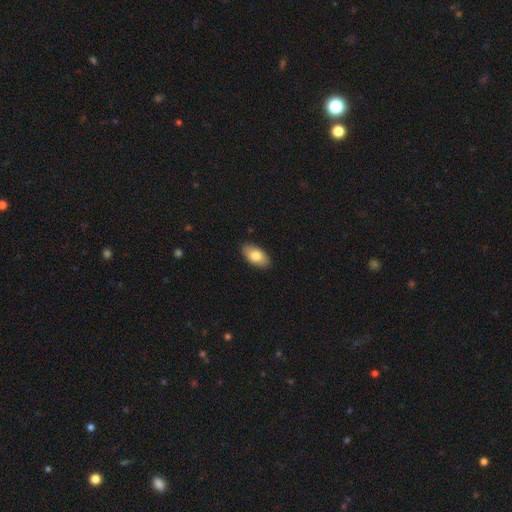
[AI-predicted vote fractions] Smooth or featured? Predicted: smooth (p=0.81). How rounded? Predicted: in between (p=0.94). Merging? Predicted: none (p=0.88).